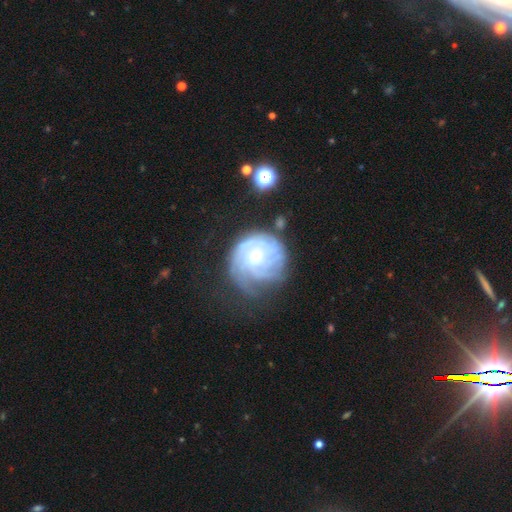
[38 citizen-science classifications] A featured or disk galaxy (76%) with no bar (79%), tight (56%) spiral arms (86%) and a small central bulge (79%).

Vote fractions:
- Smooth or featured? featured or disk: 76% / star or artifact: 13% / smooth: 11%
- Edge-on disk? no: 100% / yes: 0%
- Bar? no: 79% / weak: 17% / strong: 3%
- Spiral arms? yes: 86% / no: 14%
- Spiral winding? tight: 56% / medium: 40% / loose: 4%
- Spiral arm count? can't tell: 48% / 1: 16% / 3: 12% / more than 4: 12% / 4: 8% / 2: 4%
- Bulge size? small: 79% / moderate: 14% / none: 7% / dominant: 0% / large: 0%
- Merging? none: 58% / major disturbance: 21% / minor disturbance: 18% / merger: 3%